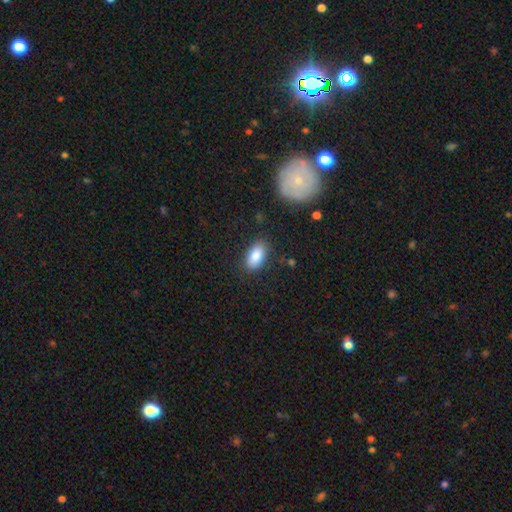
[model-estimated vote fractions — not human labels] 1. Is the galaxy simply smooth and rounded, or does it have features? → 85% smooth, 8% featured or disk, 8% star or artifact.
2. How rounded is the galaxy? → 92% in between, 4% round, 4% cigar-shaped.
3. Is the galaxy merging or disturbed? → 84% none, 12% minor disturbance, 3% major disturbance, 2% merger.